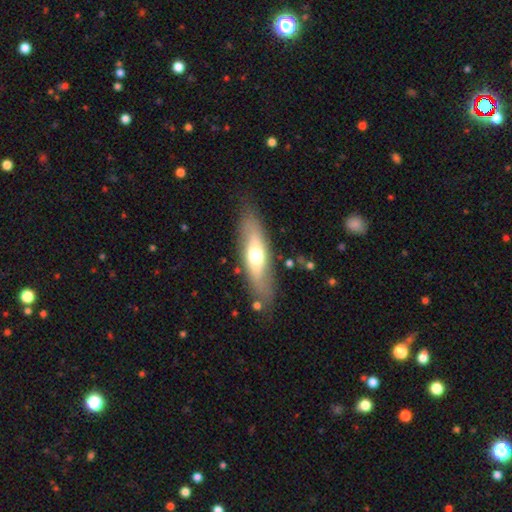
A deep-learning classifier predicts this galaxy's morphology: The model was most divided on "how rounded": cigar-shaped: 49%, in between: 48%, round: 3%. More confident: merging — none (80%); smooth or featured — smooth (52%).